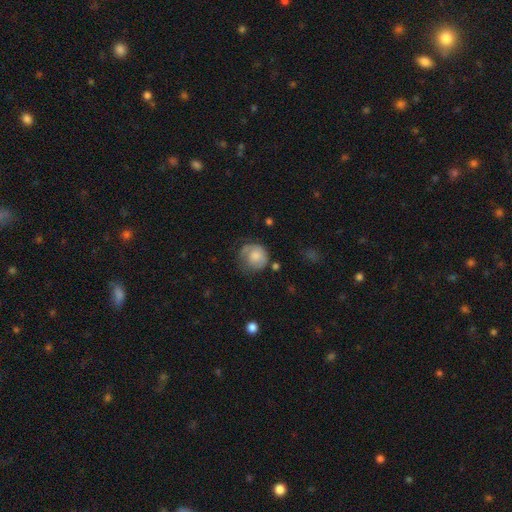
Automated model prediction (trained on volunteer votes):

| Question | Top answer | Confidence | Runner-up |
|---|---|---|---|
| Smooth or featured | smooth | 66% | featured or disk (27%) |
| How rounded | round | 81% | in between (18%) |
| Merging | none | 45% | minor disturbance (30%) |